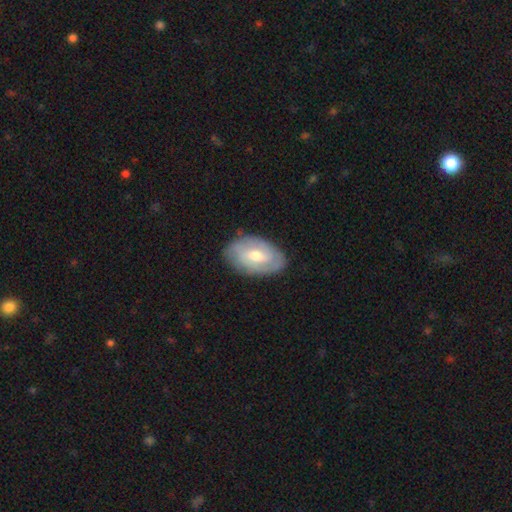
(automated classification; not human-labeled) Morphology: type=featured or disk (65%); edge-on=no (94%); bar=weak (49%); spiral arms=yes (80%); bulge=moderate (64%); merging=none (81%).